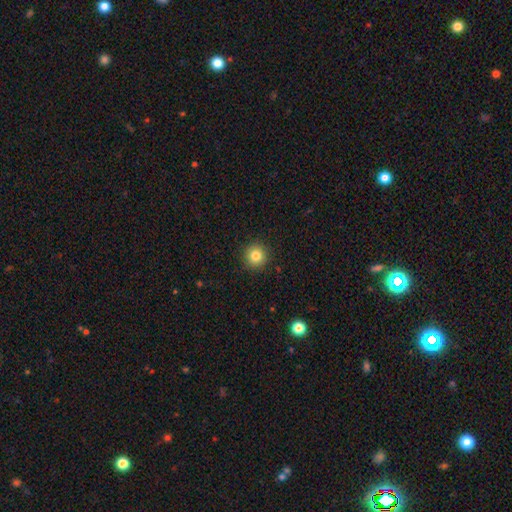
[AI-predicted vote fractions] This is clearly a smooth galaxy (82%). How rounded: clearly round (95%). Merging: clearly none (92%).